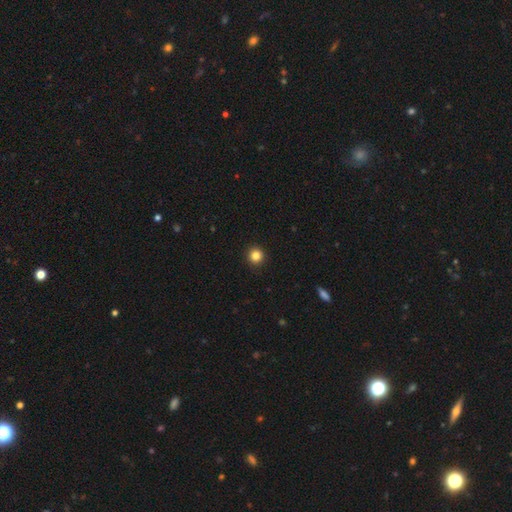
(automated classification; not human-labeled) Q: Smooth or featured?
A: smooth (84%); runner-up: star or artifact (11%)
Q: How rounded?
A: round (95%); runner-up: in between (4%)
Q: Merging?
A: none (93%); runner-up: minor disturbance (4%)